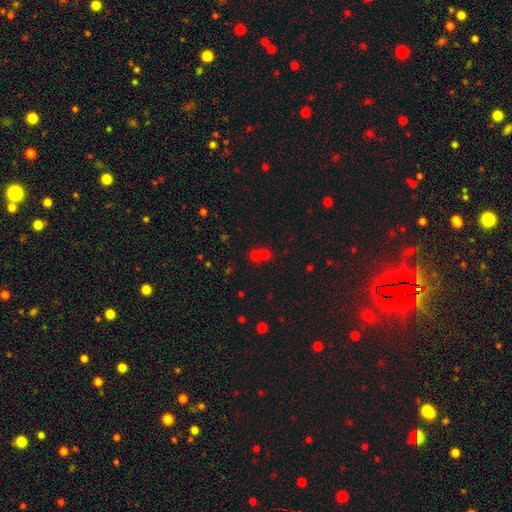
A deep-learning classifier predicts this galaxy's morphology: This is likely a smooth galaxy (61%). How rounded: likely round (76%). Merging: possibly merger (52%).